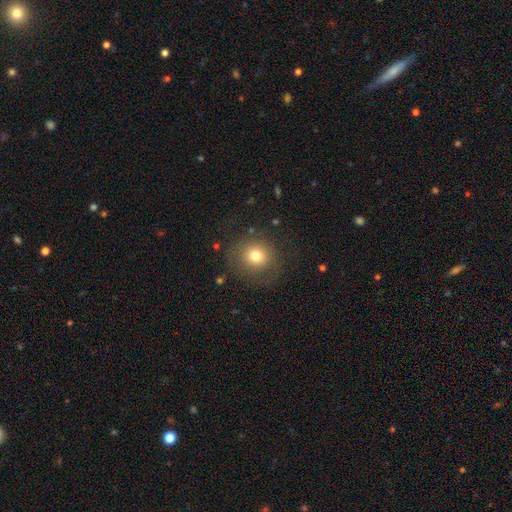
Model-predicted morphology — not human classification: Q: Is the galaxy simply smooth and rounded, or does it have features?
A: smooth — 75%.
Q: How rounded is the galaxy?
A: round — 88%.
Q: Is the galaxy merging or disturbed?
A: none — 80%.